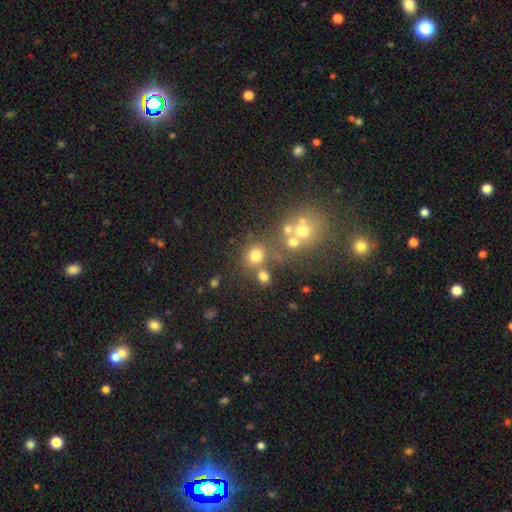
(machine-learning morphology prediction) A smooth galaxy with no disk features (72%) that is round (74%).

Vote fractions:
- Smooth or featured? smooth: 72% / star or artifact: 17% / featured or disk: 11%
- How rounded? round: 74% / in between: 25% / cigar-shaped: 1%
- Merging? none: 63% / merger: 20% / minor disturbance: 11% / major disturbance: 6%